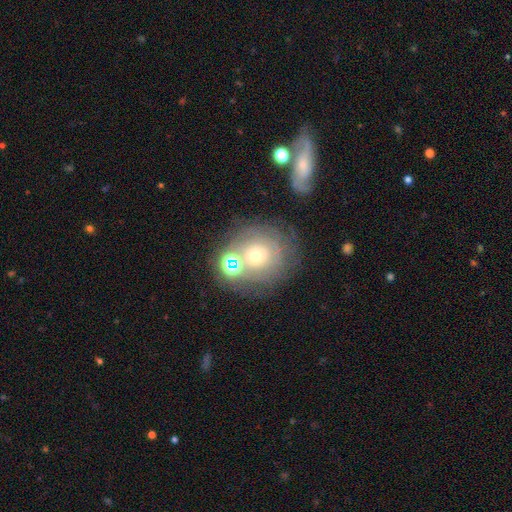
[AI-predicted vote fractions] This appears to be a featured or disk galaxy (49%). Merging: none (61%).